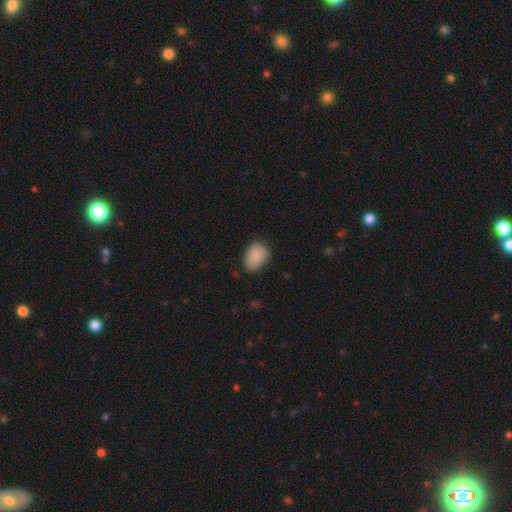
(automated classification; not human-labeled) The model was most divided on "merging": none: 68%, minor disturbance: 26%, major disturbance: 4%, merger: 1%. More confident: smooth or featured — smooth (88%); how rounded — in between (77%).